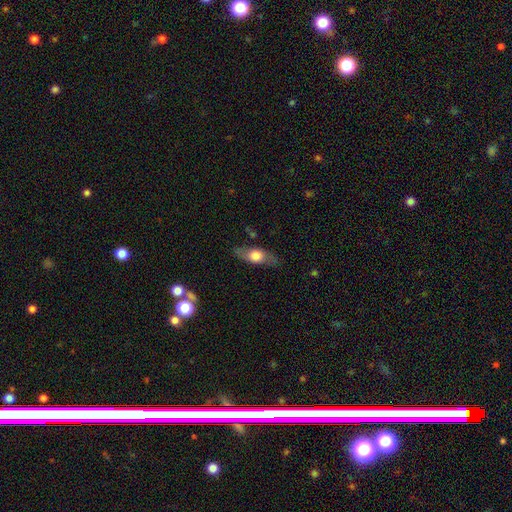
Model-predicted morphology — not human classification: This appears to be a smooth galaxy with no disk features (51%) that is in between round and cigar-shaped (65%). Merging: none (78%).